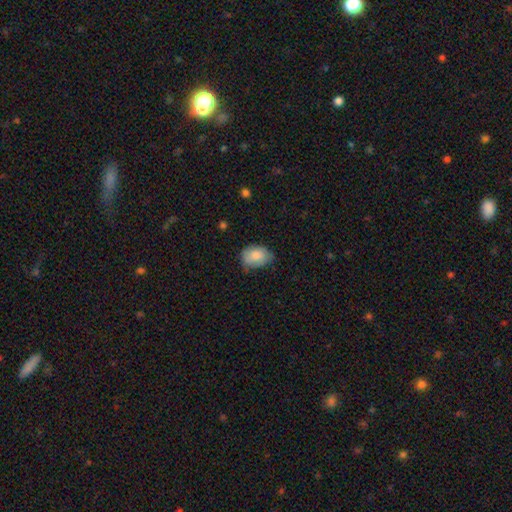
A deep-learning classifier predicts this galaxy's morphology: smooth-or-featured: smooth: 82% | featured or disk: 11% | star or artifact: 7%
  how-rounded: in between: 79% | round: 20% | cigar-shaped: 1%
  merging: none: 58% | minor disturbance: 34% | major disturbance: 6% | merger: 1%